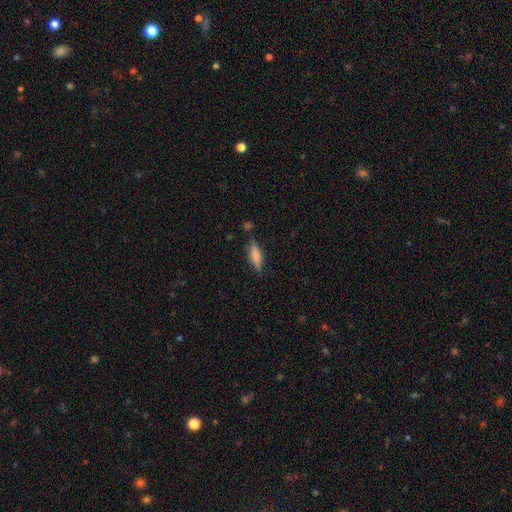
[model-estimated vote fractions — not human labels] Smooth or featured? smooth (74%)
How rounded? cigar-shaped (53%)
Merging? none (76%)